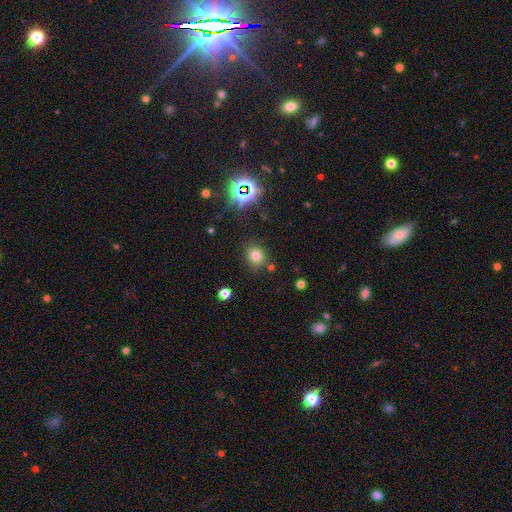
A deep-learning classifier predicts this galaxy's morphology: This is likely a smooth galaxy (73%). How rounded: clearly round (83%). Merging: clearly none (81%).